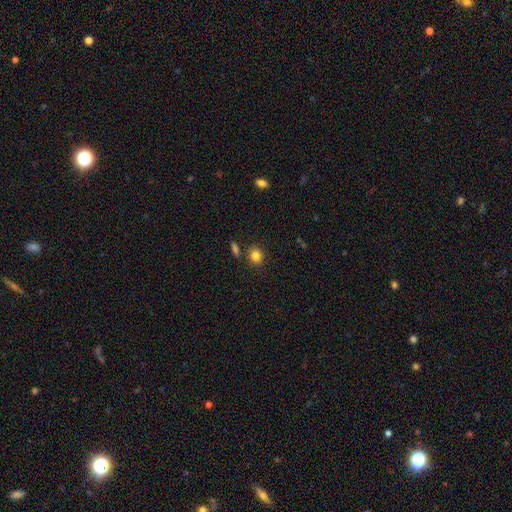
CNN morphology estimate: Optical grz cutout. It shows a smooth galaxy with no disk features (83%) that is round (71%). Merging: none (81%).